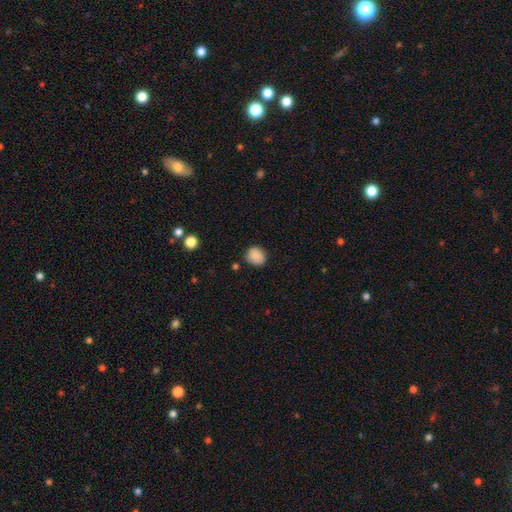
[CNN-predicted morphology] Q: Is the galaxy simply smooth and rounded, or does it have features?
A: smooth — 87%.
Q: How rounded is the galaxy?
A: round — 68%.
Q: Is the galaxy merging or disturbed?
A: none — 80%.